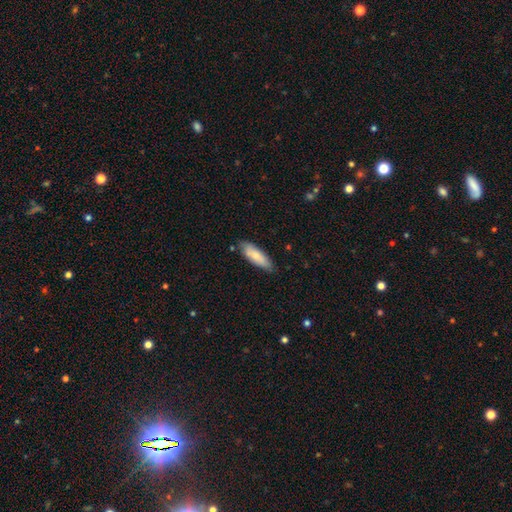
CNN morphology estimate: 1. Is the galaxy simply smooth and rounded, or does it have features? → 79% smooth, 16% featured or disk, 5% star or artifact.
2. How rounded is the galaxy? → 55% in between, 43% cigar-shaped, 2% round.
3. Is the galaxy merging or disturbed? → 80% none, 16% minor disturbance, 2% major disturbance, 2% merger.